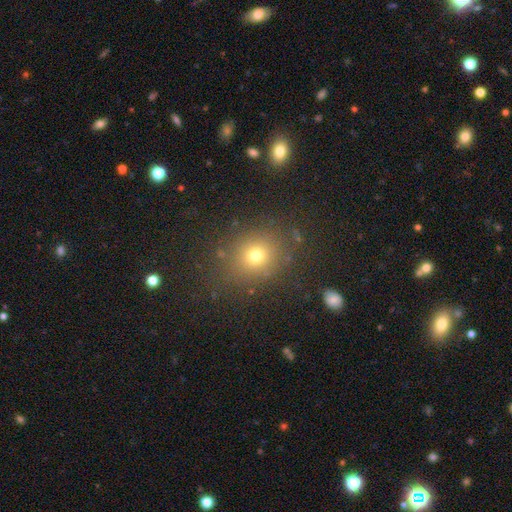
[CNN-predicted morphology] Smooth or featured: smooth — 72% (star or artifact — 19%)
How rounded: round — 72% (in between — 27%)
Merging: none — 82% (minor disturbance — 10%)